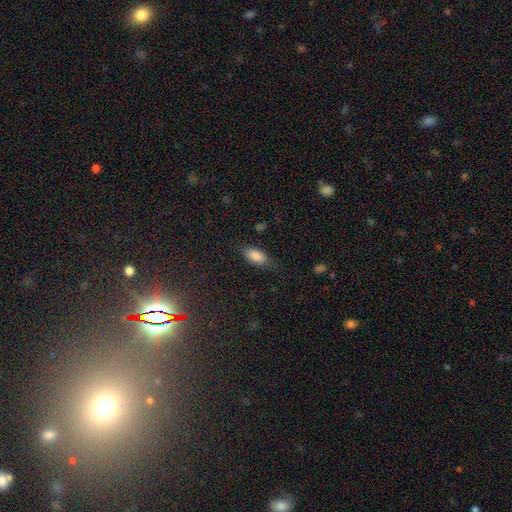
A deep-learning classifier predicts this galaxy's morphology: Q: Smooth or featured?
A: smooth (85%); runner-up: featured or disk (7%)
Q: How rounded?
A: in between (88%); runner-up: cigar-shaped (10%)
Q: Merging?
A: none (76%); runner-up: minor disturbance (19%)